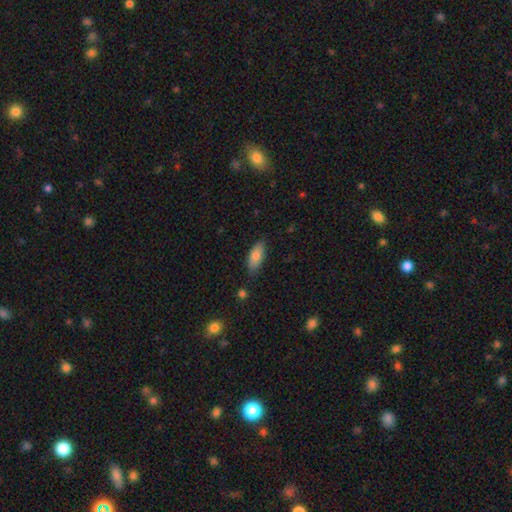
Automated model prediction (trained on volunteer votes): Morphology: type=smooth (81%); roundness=in between (83%); merging=none (78%).